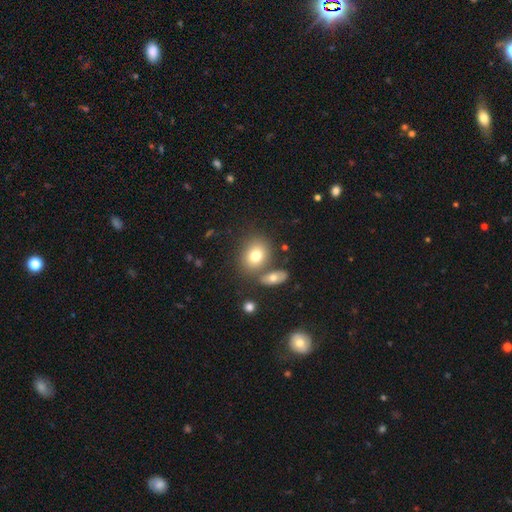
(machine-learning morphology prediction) smooth 76%, featured or disk 14%, star or artifact 10%. Down the decision tree: how rounded — in between (54%); merging — none (64%).